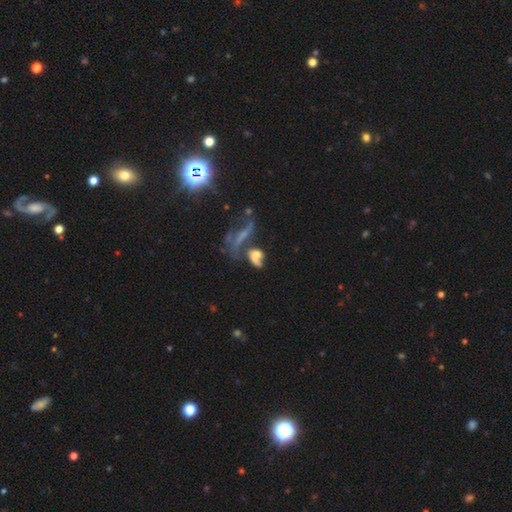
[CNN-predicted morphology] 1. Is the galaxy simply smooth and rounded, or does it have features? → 44% smooth, 41% featured or disk, 15% star or artifact.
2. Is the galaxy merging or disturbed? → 44% merger, 22% major disturbance, 21% none, 13% minor disturbance.